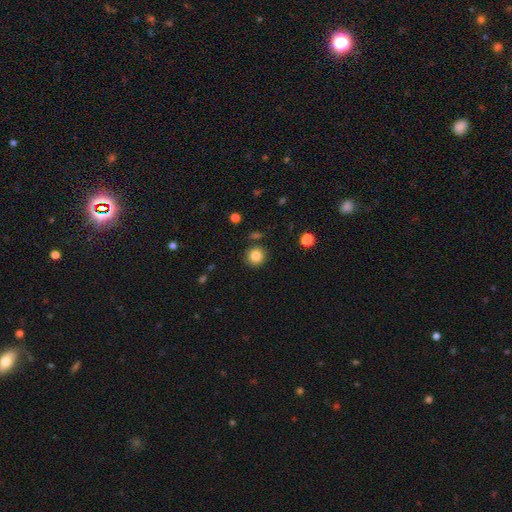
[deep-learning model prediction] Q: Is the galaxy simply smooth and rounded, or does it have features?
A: smooth — 85%.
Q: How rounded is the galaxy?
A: round — 92%.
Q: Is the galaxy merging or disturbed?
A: none — 86%.